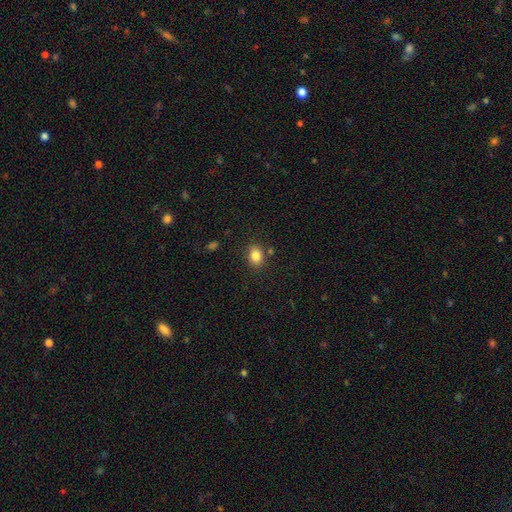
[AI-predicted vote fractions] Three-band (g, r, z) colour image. It shows a smooth galaxy with no disk features (84%) that is in between round and cigar-shaped (63%). Merging: none (82%).